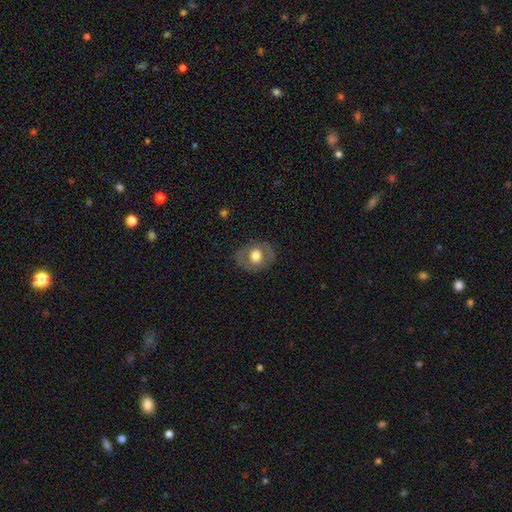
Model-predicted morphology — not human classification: type=smooth (51%); roundness=round (60%); merging=none (79%).